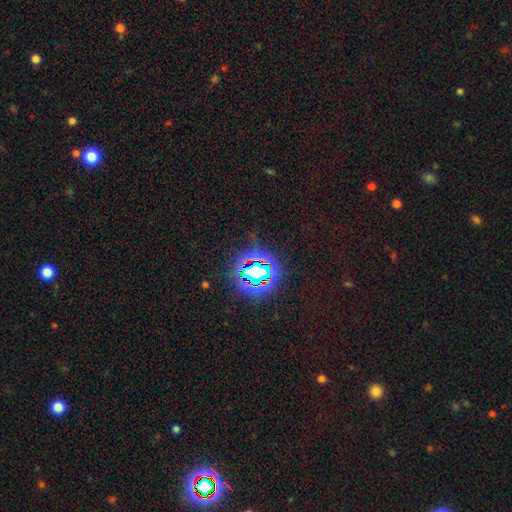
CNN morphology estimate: This is clearly a star or artifact rather than a galaxy (82%).